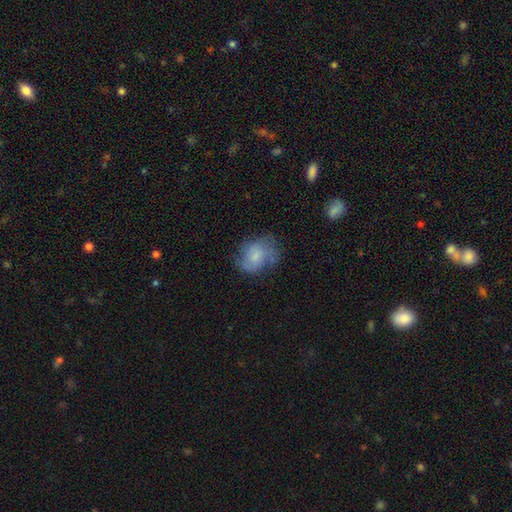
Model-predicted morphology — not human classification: A smooth galaxy with no disk features (53%) that is in between round and cigar-shaped (53%).

Vote fractions:
- Smooth or featured? smooth: 53% / featured or disk: 38% / star or artifact: 9%
- How rounded? in between: 53% / round: 46% / cigar-shaped: 1%
- Merging? none: 52% / minor disturbance: 27% / major disturbance: 18% / merger: 2%